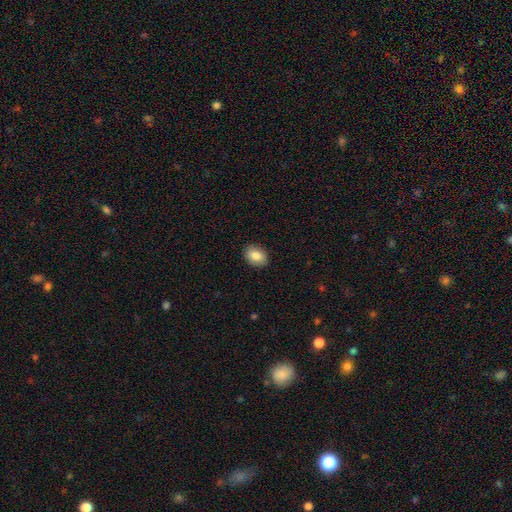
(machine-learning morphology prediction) Overall: smooth (85%). How rounded: in between (74%). Merging: none (90%).